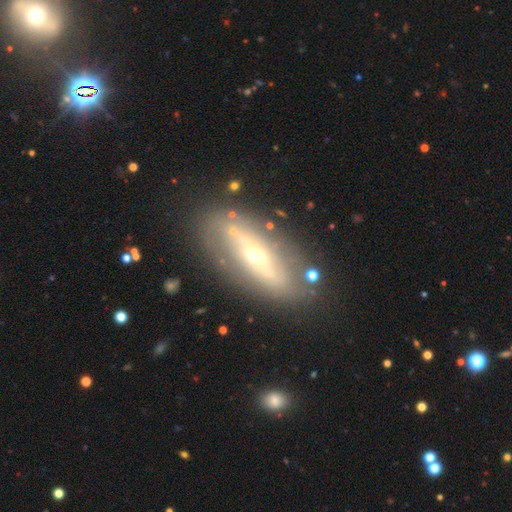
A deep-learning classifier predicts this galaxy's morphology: A featured or disk galaxy (71%).

Vote fractions:
- Smooth or featured? featured or disk: 71% / smooth: 22% / star or artifact: 7%
- Edge-on disk? no: 66% / yes: 34%
- Merging? none: 76% / minor disturbance: 15% / major disturbance: 6% / merger: 3%